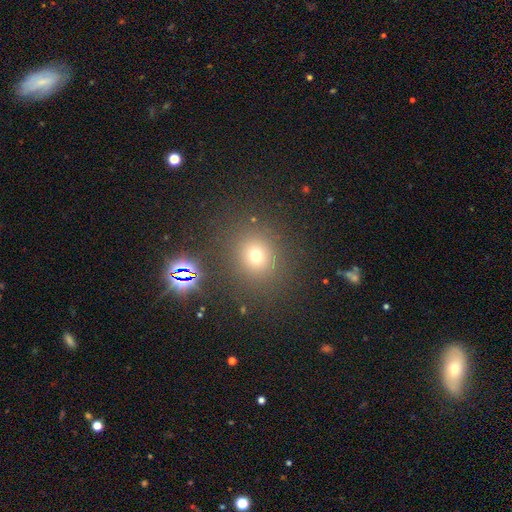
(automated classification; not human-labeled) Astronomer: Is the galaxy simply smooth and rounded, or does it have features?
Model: smooth — 68%.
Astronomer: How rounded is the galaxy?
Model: round — 81%.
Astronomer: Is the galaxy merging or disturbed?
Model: none — 83%.